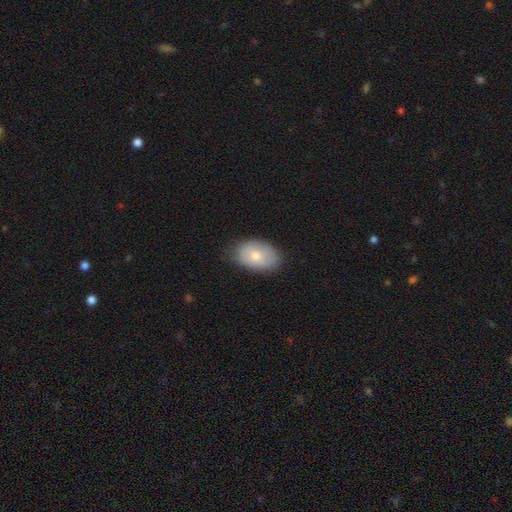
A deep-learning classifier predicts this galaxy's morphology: The model was most divided on "smooth or featured": smooth: 69%, featured or disk: 23%, star or artifact: 7%. More confident: how rounded — in between (84%); merging — none (76%).